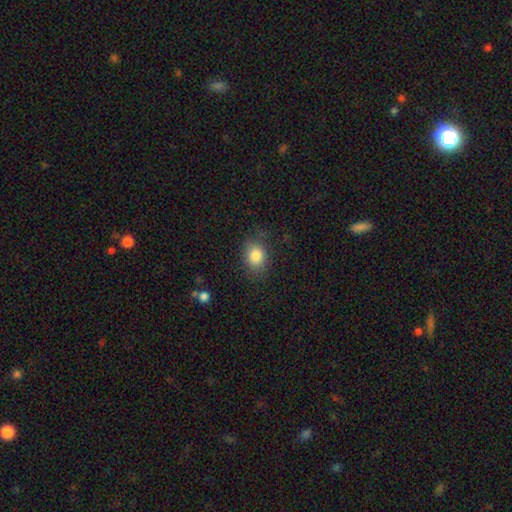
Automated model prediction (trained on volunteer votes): The model was most divided on "how rounded": in between: 55%, round: 44%, cigar-shaped: 1%. More confident: smooth or featured — smooth (84%); merging — none (78%).